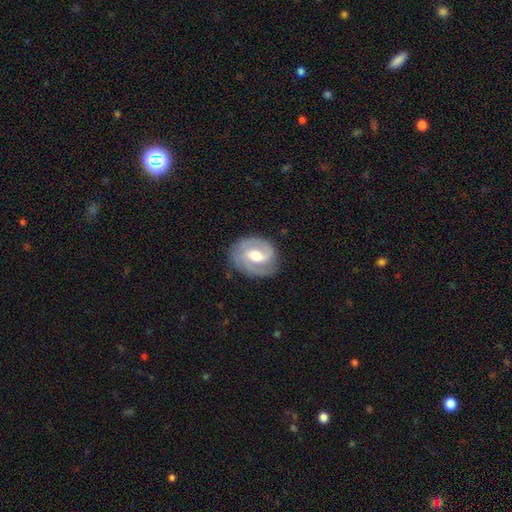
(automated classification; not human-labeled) featured or disk 78%, smooth 16%, star or artifact 5%. Down the decision tree: edge-on disk — no (97%); bar — weak (51%); spiral arms — yes (92%); spiral arm count — 2 (80%); spiral winding — medium (47%); bulge size — moderate (71%); merging — none (81%).